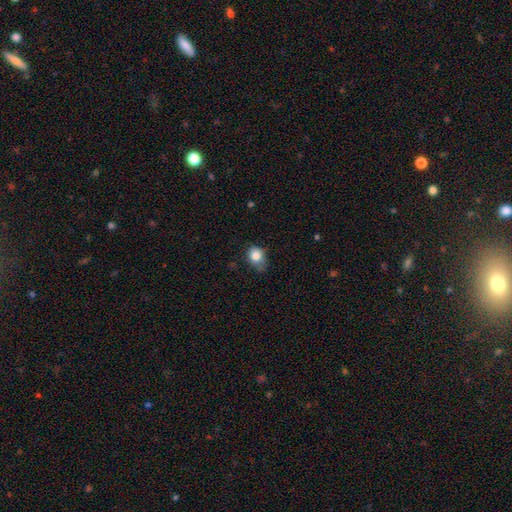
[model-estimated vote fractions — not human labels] The model was most divided on "how rounded": in between: 52%, round: 47%, cigar-shaped: 1%. More confident: smooth or featured — smooth (82%); merging — none (52%).